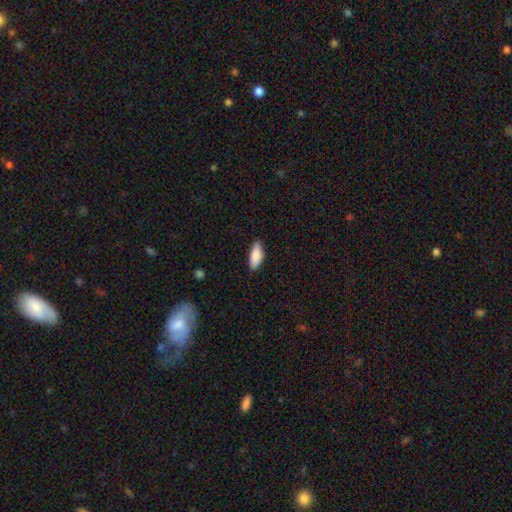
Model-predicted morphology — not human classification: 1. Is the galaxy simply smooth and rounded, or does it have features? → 86% smooth, 8% featured or disk, 6% star or artifact.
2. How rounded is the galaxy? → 78% in between, 20% cigar-shaped, 2% round.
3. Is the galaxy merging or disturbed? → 85% none, 12% minor disturbance, 2% major disturbance, 1% merger.